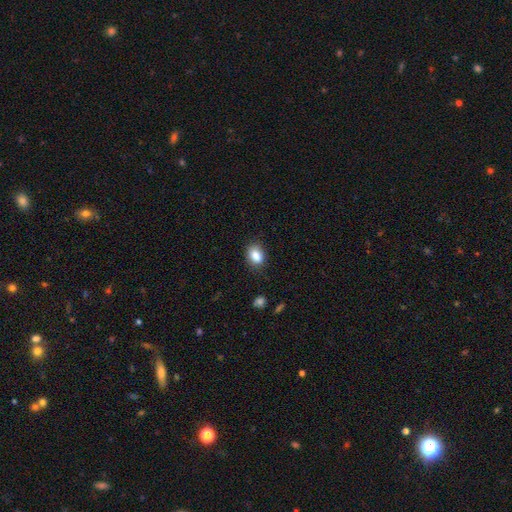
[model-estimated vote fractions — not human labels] Smooth or featured? smooth (86%)
How rounded? in between (75%)
Merging? none (80%)